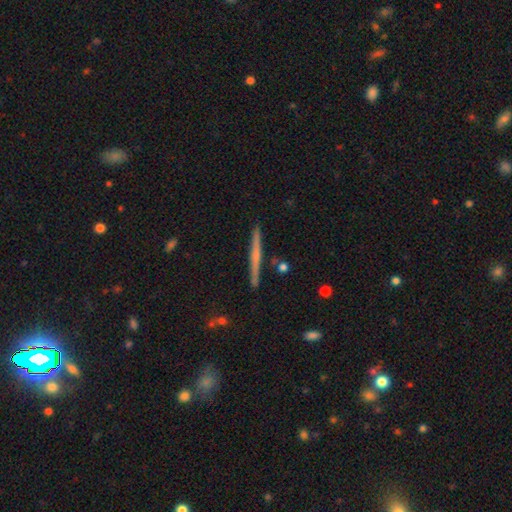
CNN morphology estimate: This appears to be a featured or disk galaxy (59%) viewed edge-on (98%) with no central bulge (60%). Merging: none (90%).